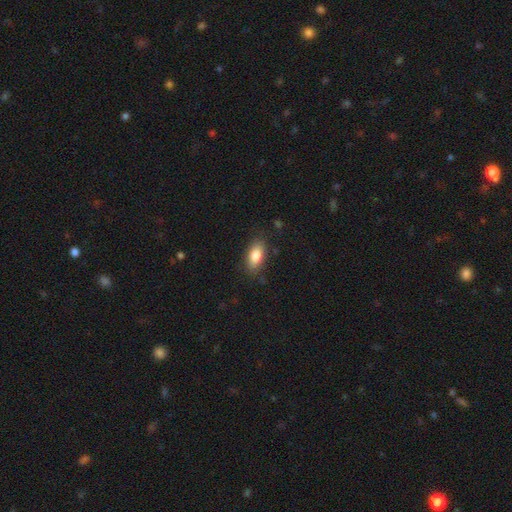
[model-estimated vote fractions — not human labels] Morphology: type=smooth (84%); roundness=in between (88%); merging=none (82%).